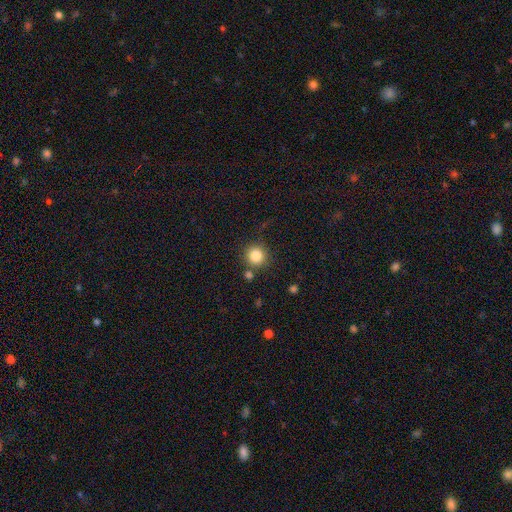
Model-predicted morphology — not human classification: This is clearly a smooth galaxy (84%). How rounded: clearly round (93%). Merging: clearly none (81%).